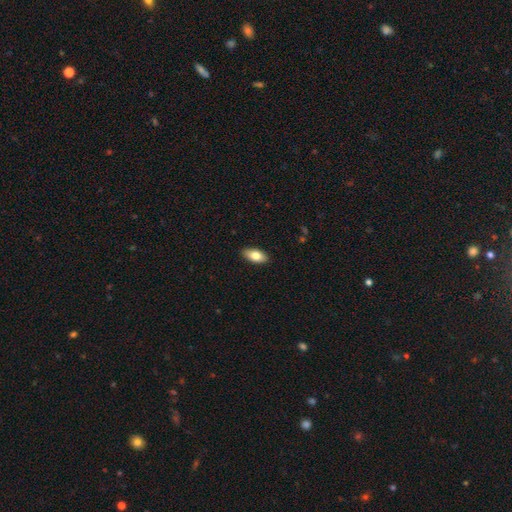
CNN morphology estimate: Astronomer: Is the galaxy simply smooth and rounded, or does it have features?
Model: smooth — 80%.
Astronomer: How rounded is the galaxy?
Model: in between — 89%.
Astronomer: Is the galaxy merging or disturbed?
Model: none — 89%.